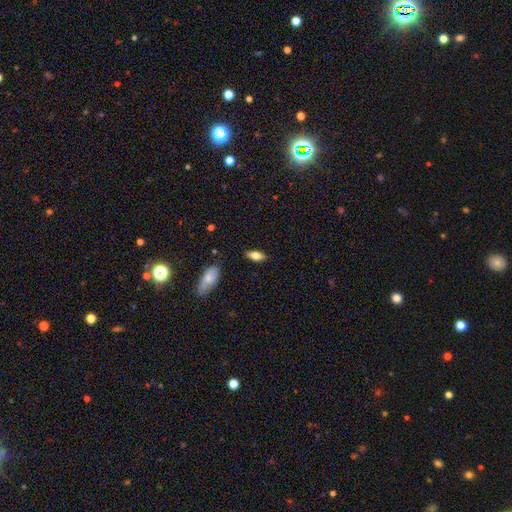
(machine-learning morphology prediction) smooth 71%, featured or disk 21%, star or artifact 7%. Down the decision tree: how rounded — in between (79%); merging — none (85%).